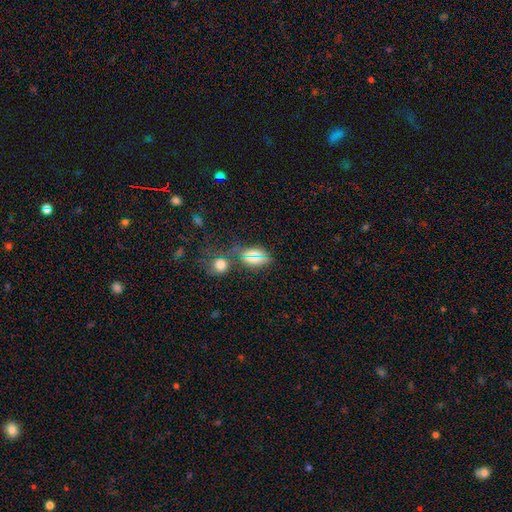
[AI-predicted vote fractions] Overall: smooth (54%; star or artifact 37%). How rounded: in between (62%; round 28%). Merging: none (72%).